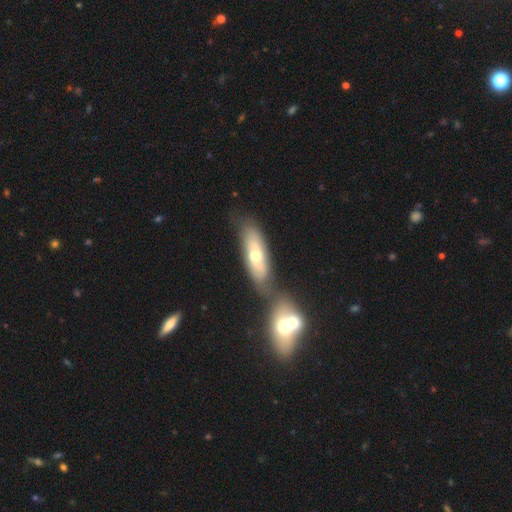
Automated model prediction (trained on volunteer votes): The model was most divided on "smooth or featured": smooth: 48%, featured or disk: 46%, star or artifact: 7%. Remaining: merging — none (47%).